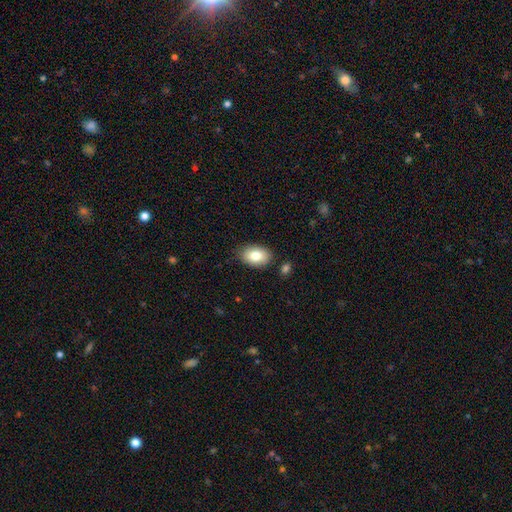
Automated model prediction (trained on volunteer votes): This appears to be a smooth galaxy with no disk features (81%) that is in between round and cigar-shaped (87%). Merging: none (83%).